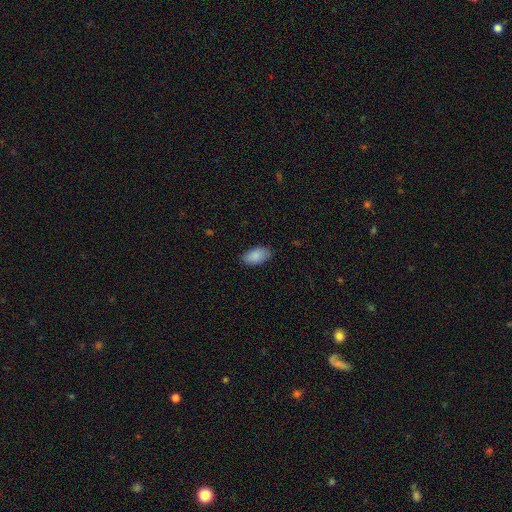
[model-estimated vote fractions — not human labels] smooth-or-featured: smooth: 89% | star or artifact: 6% | featured or disk: 5%
  how-rounded: in between: 95% | round: 3% | cigar-shaped: 3%
  merging: none: 86% | minor disturbance: 11% | major disturbance: 2% | merger: 1%